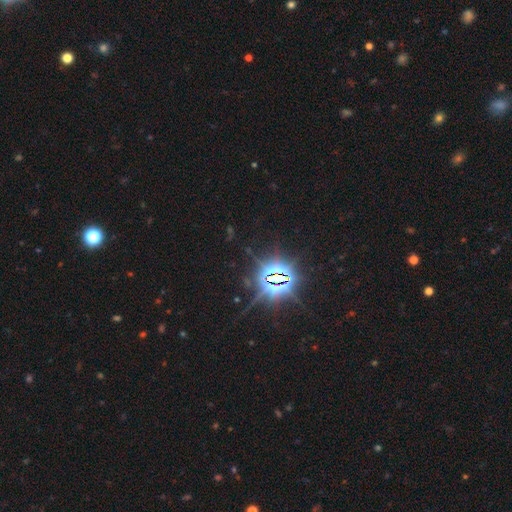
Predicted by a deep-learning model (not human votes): Smooth or featured?
  - star or artifact: 85% *
  - smooth: 9%
  - featured or disk: 6%